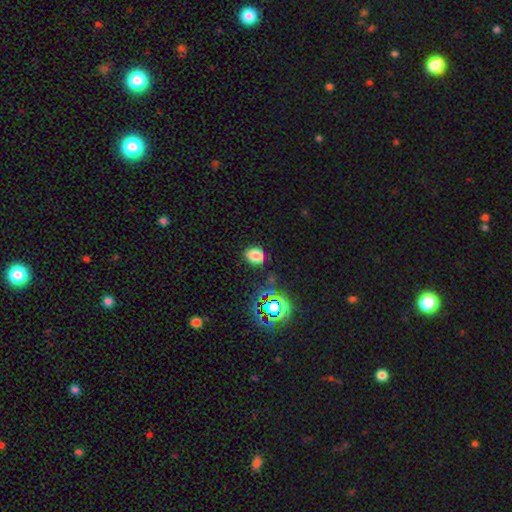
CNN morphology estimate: This is likely a smooth galaxy (75%). How rounded: likely in between (61%). Merging: clearly none (80%).